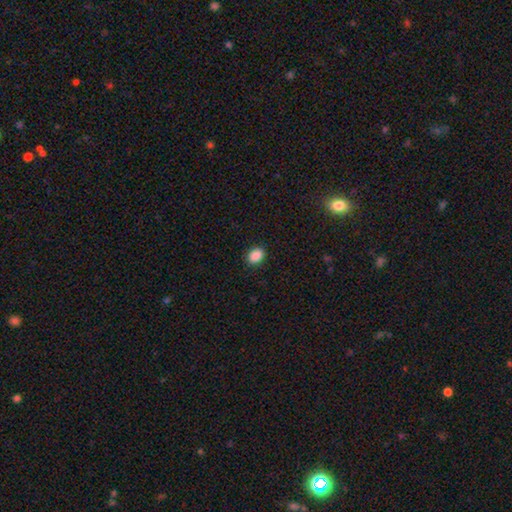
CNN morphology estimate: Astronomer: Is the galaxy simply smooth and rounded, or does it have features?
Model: smooth — 89%.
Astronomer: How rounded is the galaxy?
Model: in between — 70%.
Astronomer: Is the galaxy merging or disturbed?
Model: none — 89%.